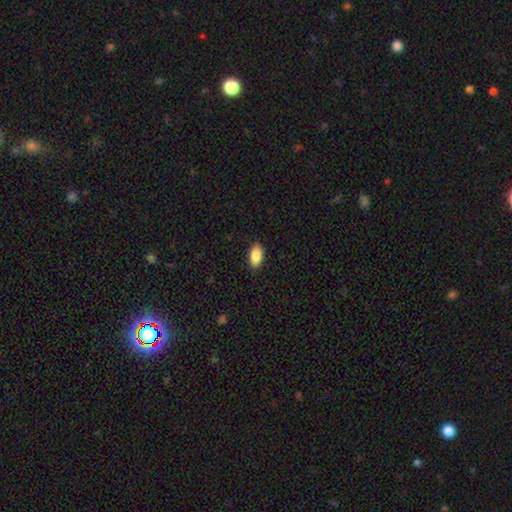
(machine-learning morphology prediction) Overall: smooth (88%). How rounded: in between (92%). Merging: none (86%).